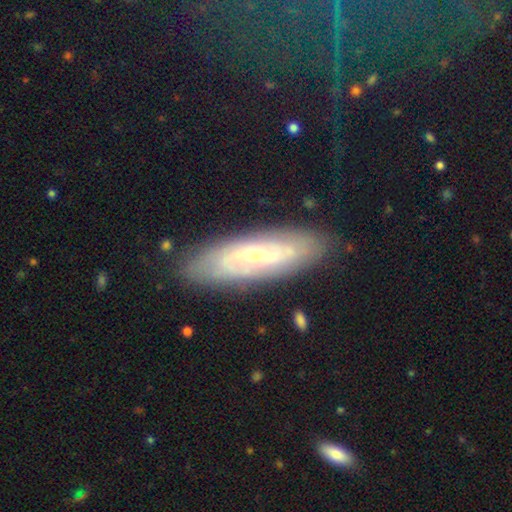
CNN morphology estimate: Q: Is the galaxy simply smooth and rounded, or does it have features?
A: featured or disk — 72%.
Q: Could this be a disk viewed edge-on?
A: no — 82%.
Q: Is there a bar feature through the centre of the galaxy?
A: no — 65%.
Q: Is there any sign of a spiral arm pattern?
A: yes — 76%.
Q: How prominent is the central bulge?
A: small — 68%.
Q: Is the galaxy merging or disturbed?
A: none — 83%.